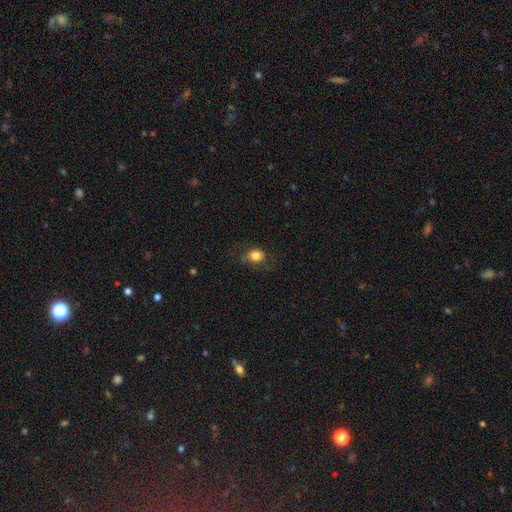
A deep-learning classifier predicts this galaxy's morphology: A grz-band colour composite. It shows a smooth galaxy with no disk features (79%) that is round (54%). Merging: none (68%).